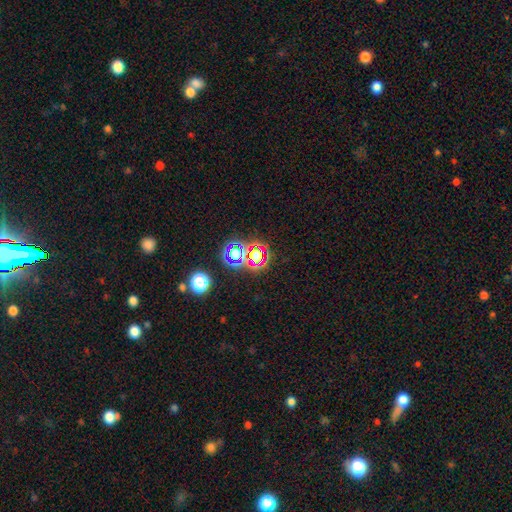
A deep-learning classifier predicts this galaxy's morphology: Overall: star or artifact (66%).